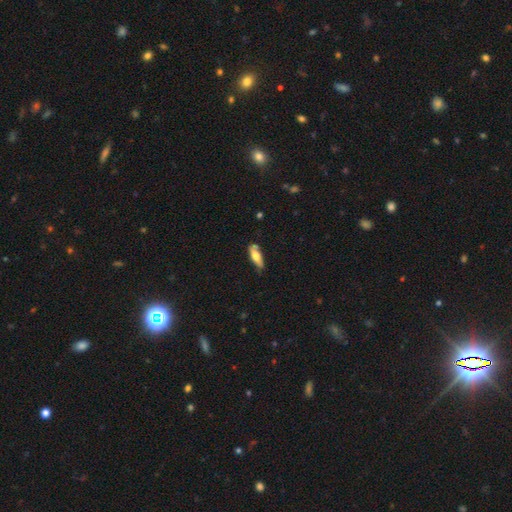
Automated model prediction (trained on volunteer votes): This appears to be a smooth galaxy with no disk features (56%) that is in between round and cigar-shaped (57%). Merging: none (65%).